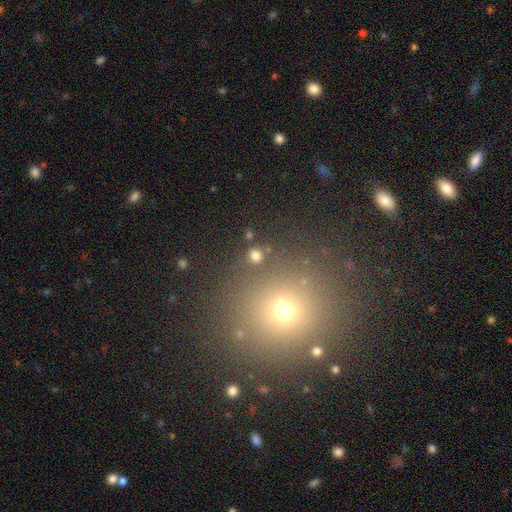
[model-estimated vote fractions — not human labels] The model was most divided on "smooth or featured": smooth: 74%, star or artifact: 20%, featured or disk: 6%. More confident: how rounded — round (87%); merging — none (83%).